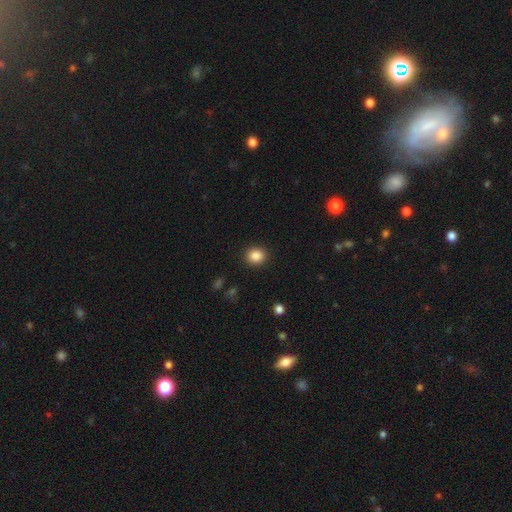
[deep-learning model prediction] Smooth or featured? Predicted: smooth (p=0.87). How rounded? Predicted: round (p=0.79). Merging? Predicted: none (p=0.91).